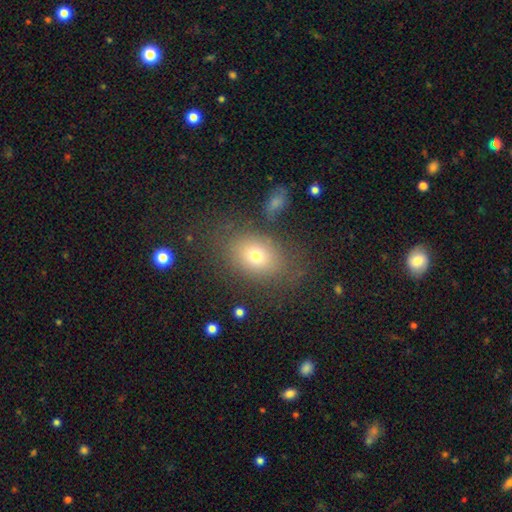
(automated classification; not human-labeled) Q: Smooth or featured?
A: smooth (71%); runner-up: featured or disk (16%)
Q: How rounded?
A: in between (70%); runner-up: round (29%)
Q: Merging?
A: none (74%); runner-up: minor disturbance (14%)